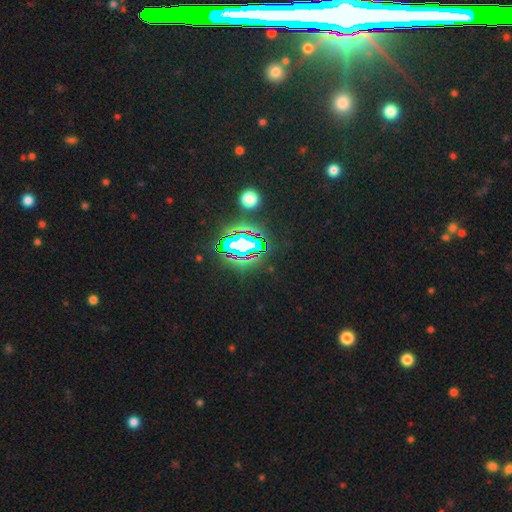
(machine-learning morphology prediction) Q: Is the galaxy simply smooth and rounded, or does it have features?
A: star or artifact — 82%.